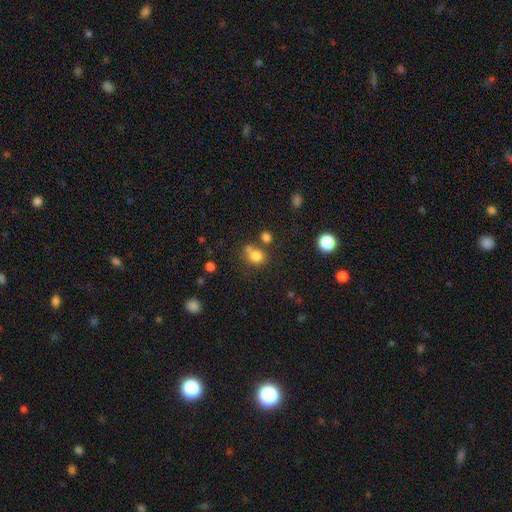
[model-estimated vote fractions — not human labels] Q: Smooth or featured?
A: smooth (78%); runner-up: star or artifact (14%)
Q: How rounded?
A: round (71%); runner-up: in between (28%)
Q: Merging?
A: none (56%); runner-up: merger (25%)